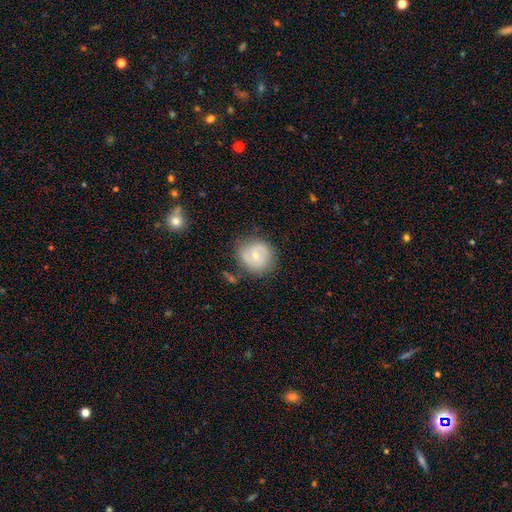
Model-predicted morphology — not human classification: Smooth or featured? smooth (59%)
How rounded? round (87%)
Merging? none (71%)